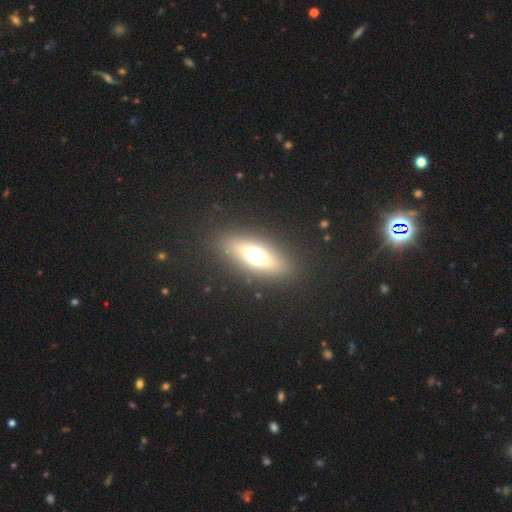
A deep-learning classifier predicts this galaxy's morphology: type=smooth (53%); roundness=in between (63%); merging=none (87%).